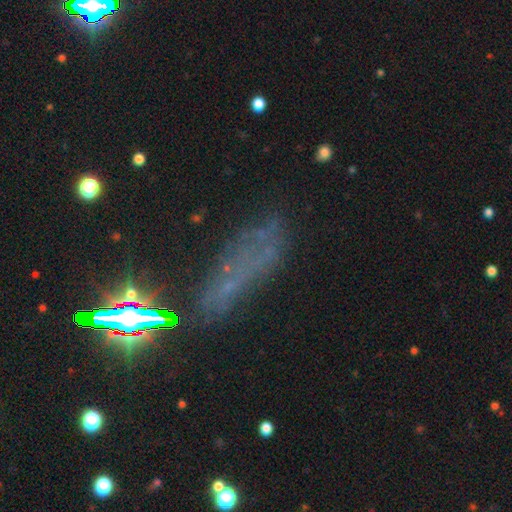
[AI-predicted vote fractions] The model was most divided on "smooth or featured": star or artifact: 39%, smooth: 32%, featured or disk: 30%.